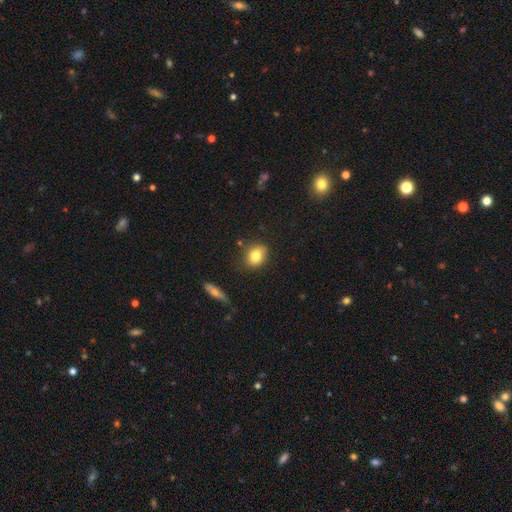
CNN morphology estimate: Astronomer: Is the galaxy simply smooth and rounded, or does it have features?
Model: smooth — 81%.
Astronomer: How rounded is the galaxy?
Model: in between — 52% (runner-up: round, 46%).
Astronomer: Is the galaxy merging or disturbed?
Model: none — 77%.